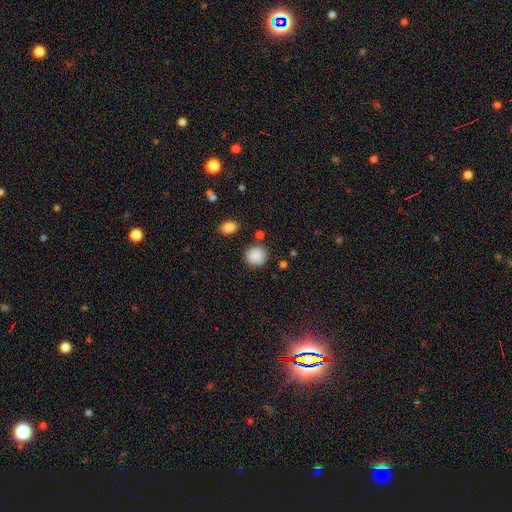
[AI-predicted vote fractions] Q: Smooth or featured?
A: smooth (88%); runner-up: star or artifact (9%)
Q: How rounded?
A: round (90%); runner-up: in between (9%)
Q: Merging?
A: none (82%); runner-up: minor disturbance (11%)